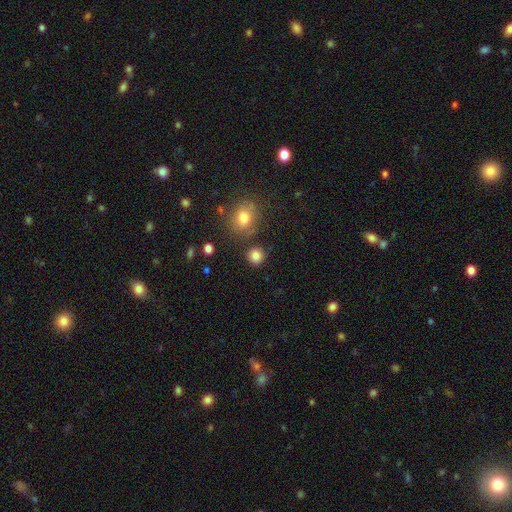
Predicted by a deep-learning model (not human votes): The model was most divided on "smooth or featured": smooth: 84%, star or artifact: 12%, featured or disk: 5%. More confident: how rounded — round (89%); merging — none (82%).